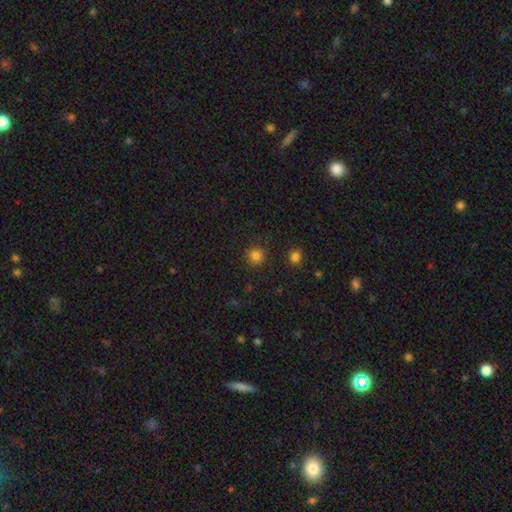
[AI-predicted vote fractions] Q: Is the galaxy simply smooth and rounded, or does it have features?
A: smooth — 82%.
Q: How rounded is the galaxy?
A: round — 93%.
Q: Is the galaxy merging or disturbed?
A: none — 88%.